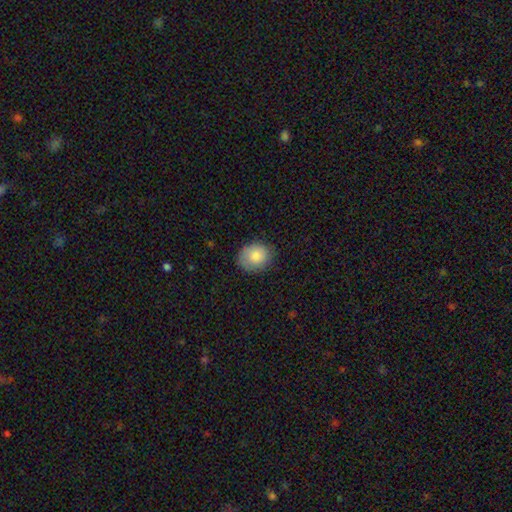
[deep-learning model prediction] A smooth galaxy with no disk features (83%) that is round (67%).

Vote fractions:
- Smooth or featured? smooth: 83% / featured or disk: 9% / star or artifact: 7%
- How rounded? round: 67% / in between: 33% / cigar-shaped: 1%
- Merging? none: 79% / minor disturbance: 16% / major disturbance: 4% / merger: 1%